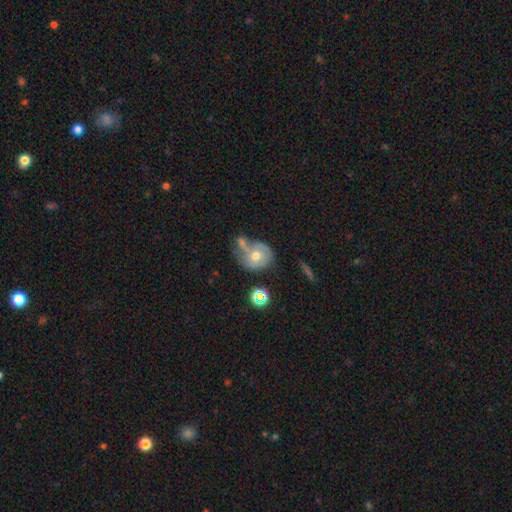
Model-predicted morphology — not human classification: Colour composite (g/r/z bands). It shows a smooth galaxy with no disk features (45%). Merging: merger (32%).